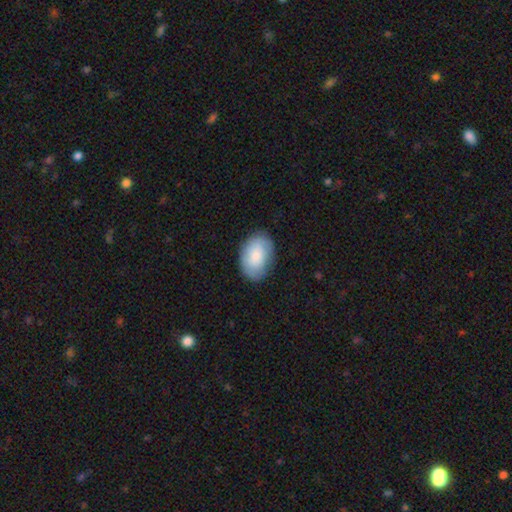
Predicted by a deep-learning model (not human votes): Smooth or featured?
  - smooth: 79% *
  - featured or disk: 15%
  - star or artifact: 6%
How rounded?
  - in between: 89% *
  - round: 10%
  - cigar-shaped: 1%
Merging?
  - none: 81% *
  - minor disturbance: 14%
  - major disturbance: 3%
  - merger: 1%